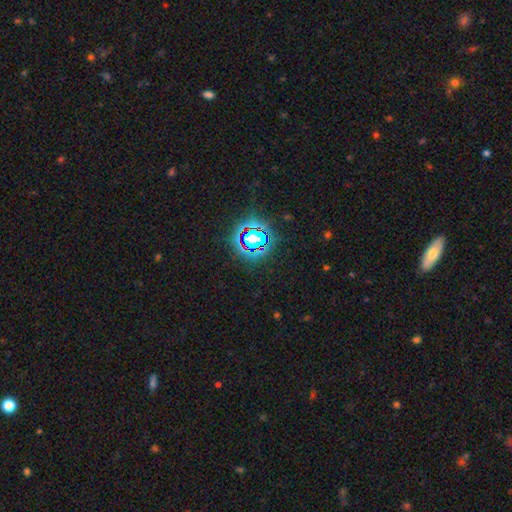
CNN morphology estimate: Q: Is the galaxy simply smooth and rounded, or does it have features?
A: star or artifact — 80%.